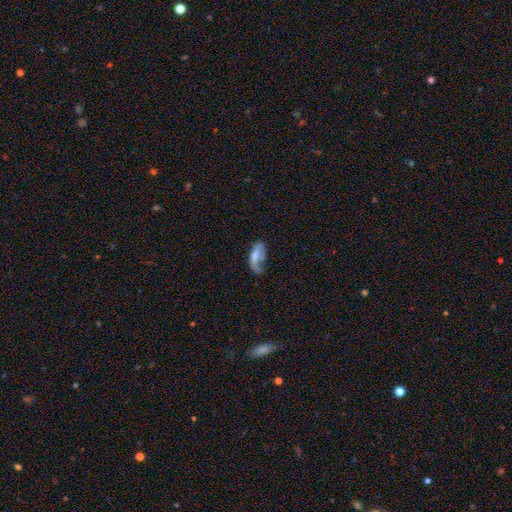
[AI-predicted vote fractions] This appears to be a smooth galaxy with no disk features (56%) that is in between round and cigar-shaped (75%). Merging: major disturbance (40%).